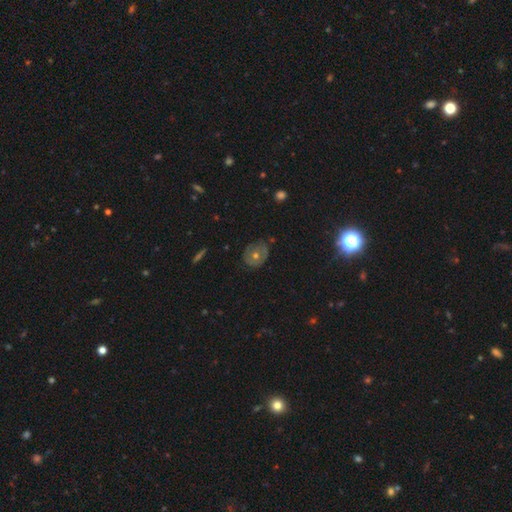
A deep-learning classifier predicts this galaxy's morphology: Smooth or featured: featured or disk — 51% (smooth — 31%)
Edge-on disk: no — 94% (yes — 6%)
Merging: none — 74% (minor disturbance — 18%)